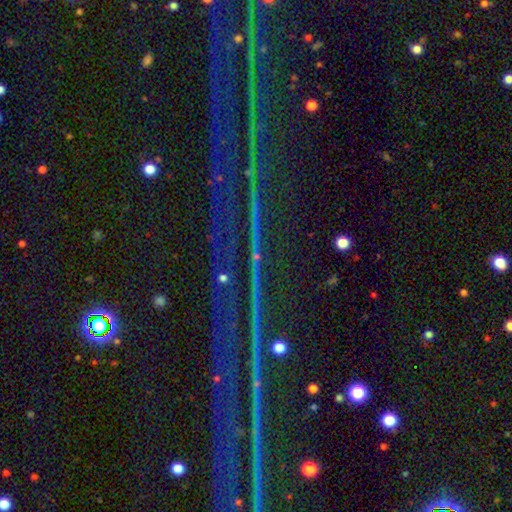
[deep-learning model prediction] Smooth or featured? star or artifact (85%)